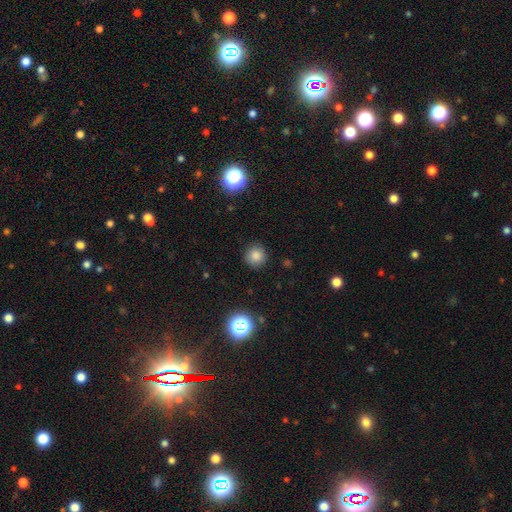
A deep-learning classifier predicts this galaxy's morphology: smooth_or_featured: smooth (p=0.81) [alt: star or artifact p=0.14]
how_rounded: round (p=0.93) [alt: in between p=0.06]
merging: none (p=0.90) [alt: minor disturbance p=0.07]